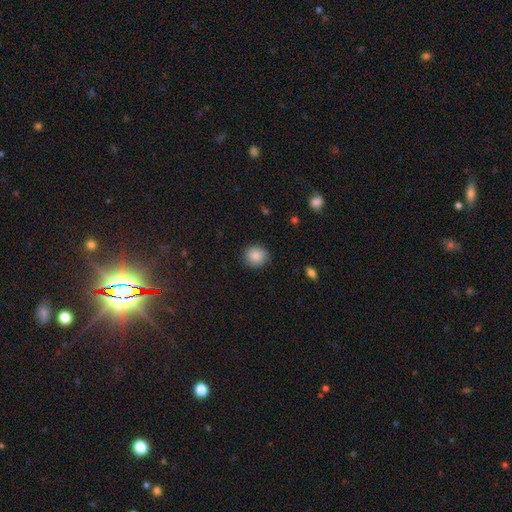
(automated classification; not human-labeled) The model was most divided on "how rounded": round: 86%, in between: 13%, cigar-shaped: 1%. More confident: merging — none (87%); smooth or featured — smooth (87%).